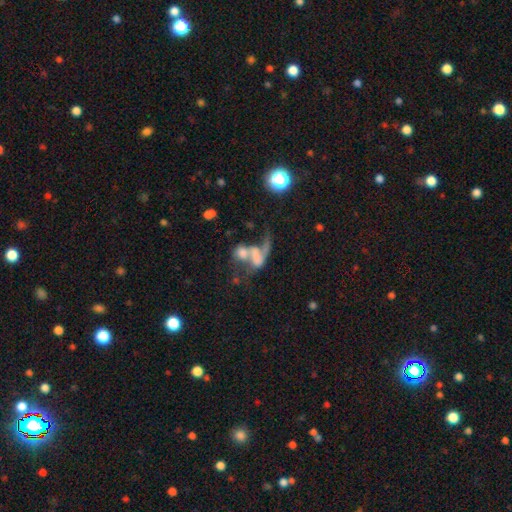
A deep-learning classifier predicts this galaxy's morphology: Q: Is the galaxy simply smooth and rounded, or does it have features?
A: featured or disk — 50%.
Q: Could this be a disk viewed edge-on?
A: no — 96%.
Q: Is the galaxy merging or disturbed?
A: merger — 61%.